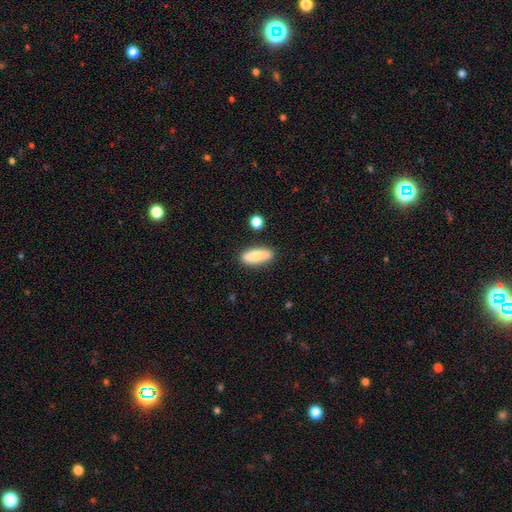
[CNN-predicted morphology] type=smooth (79%); roundness=in between (59%); merging=none (85%).